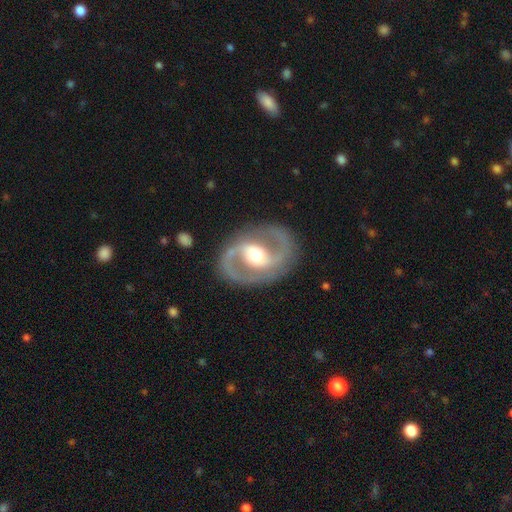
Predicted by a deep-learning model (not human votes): Morphology: type=featured or disk (90%); edge-on=no (98%); bar=weak (40%); spiral arms=yes (94%); winding=medium (61%); arm count=2 (93%); bulge=moderate (66%); merging=none (86%).